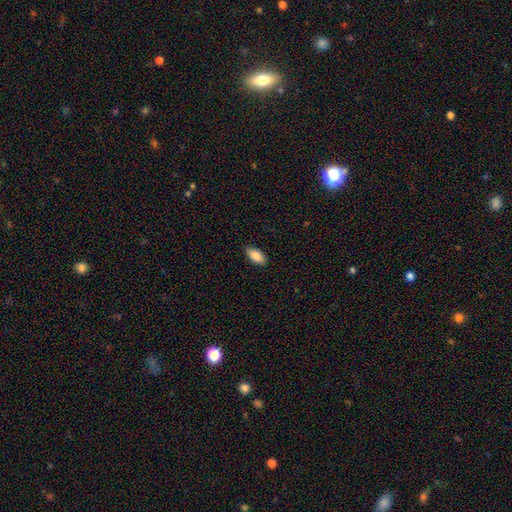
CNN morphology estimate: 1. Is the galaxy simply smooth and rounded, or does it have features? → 87% smooth, 7% star or artifact, 6% featured or disk.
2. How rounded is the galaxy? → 91% in between, 6% cigar-shaped, 3% round.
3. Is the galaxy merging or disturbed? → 88% none, 9% minor disturbance, 2% major disturbance, 1% merger.